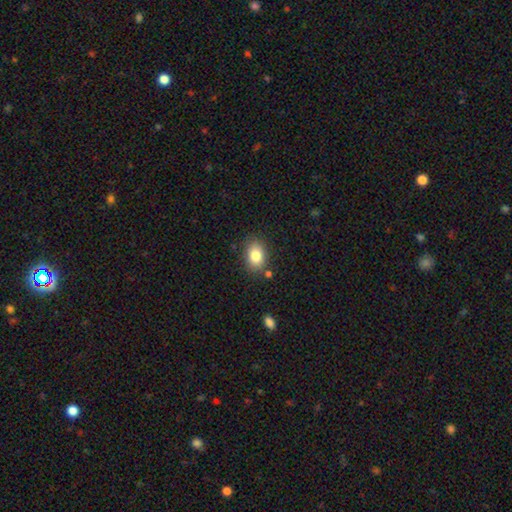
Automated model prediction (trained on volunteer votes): This is clearly a smooth galaxy (83%). How rounded: likely in between (77%). Merging: clearly none (82%).